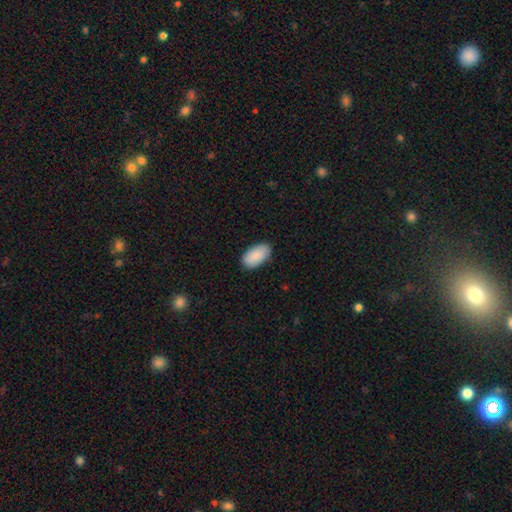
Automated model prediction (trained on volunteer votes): A smooth galaxy with no disk features (90%) that is in between round and cigar-shaped (96%). Merging: none (86%).